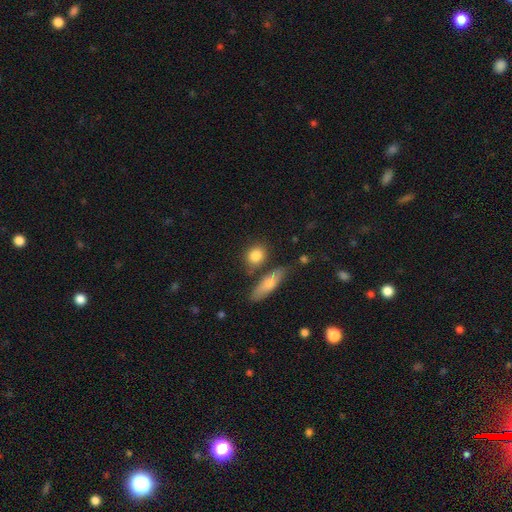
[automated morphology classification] Overall: smooth (83%). How rounded: round (57%; in between 37%). Merging: none (72%).